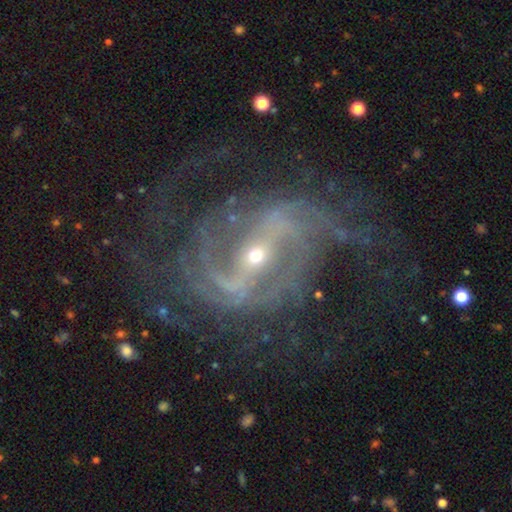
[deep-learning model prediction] Q: Smooth or featured?
A: featured or disk (90%); runner-up: star or artifact (7%)
Q: Edge-on disk?
A: no (96%); runner-up: yes (4%)
Q: Bar?
A: strong (64%); runner-up: weak (27%)
Q: Spiral arms?
A: yes (96%); runner-up: no (4%)
Q: Spiral winding?
A: medium (50%); runner-up: tight (27%)
Q: Spiral arm count?
A: 2 (59%); runner-up: can't tell (15%)
Q: Bulge size?
A: small (74%); runner-up: moderate (22%)
Q: Merging?
A: none (64%); runner-up: major disturbance (19%)